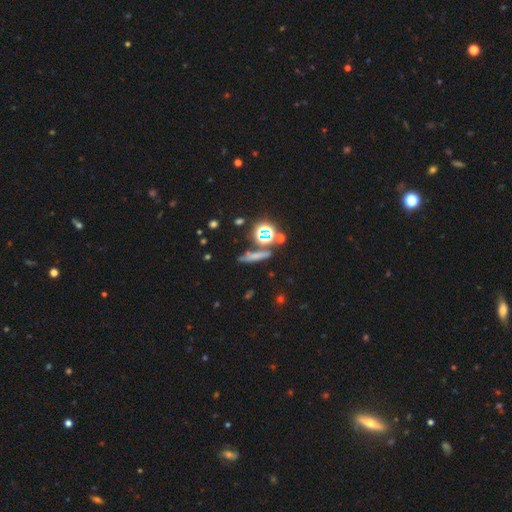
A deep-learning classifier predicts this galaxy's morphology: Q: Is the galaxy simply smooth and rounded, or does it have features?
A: smooth — 52%.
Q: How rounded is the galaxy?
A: cigar-shaped — 72%.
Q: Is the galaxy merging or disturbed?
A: none — 72%.